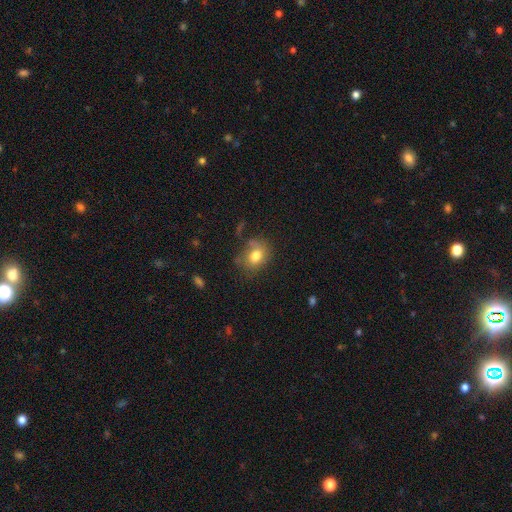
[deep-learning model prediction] smooth_or_featured: smooth (p=0.76) [alt: featured or disk p=0.14]
how_rounded: round (p=0.50) [alt: in between p=0.49]
merging: none (p=0.63) [alt: minor disturbance p=0.23]